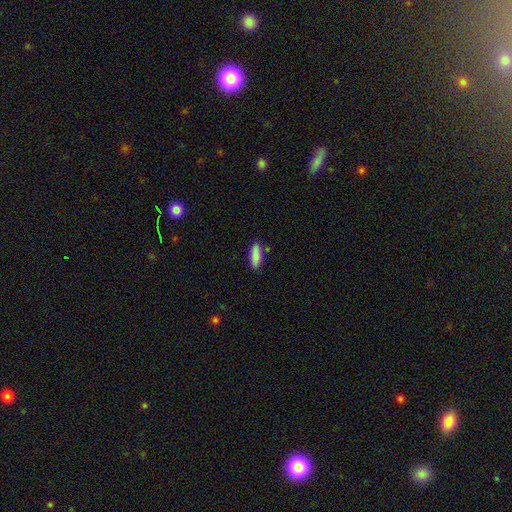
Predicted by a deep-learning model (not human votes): smooth_or_featured: smooth (p=0.87) [alt: featured or disk p=0.07]
how_rounded: in between (p=0.64) [alt: cigar-shaped p=0.34]
merging: none (p=0.82) [alt: minor disturbance p=0.13]